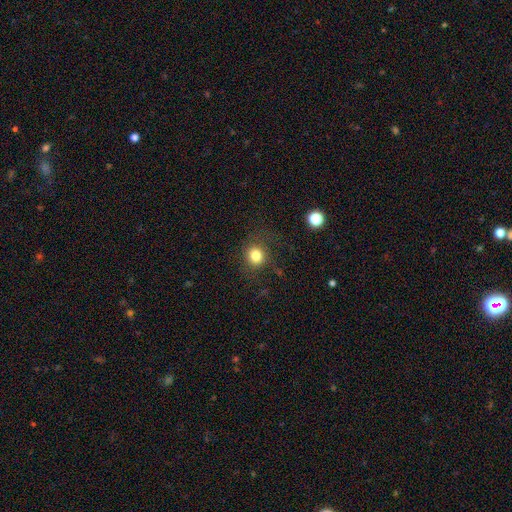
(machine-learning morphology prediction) Smooth or featured? Predicted: smooth (p=0.81). How rounded? Predicted: round (p=0.81). Merging? Predicted: none (p=0.78).